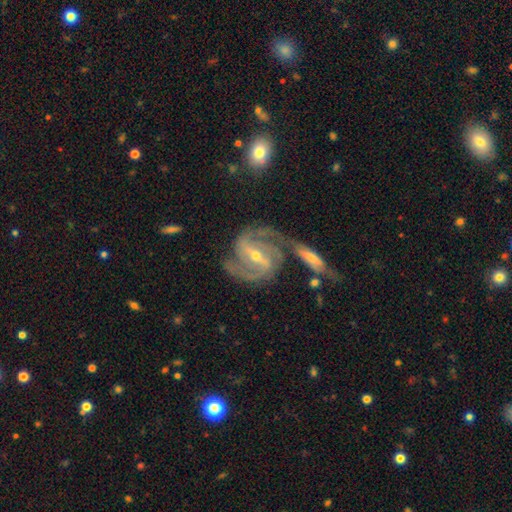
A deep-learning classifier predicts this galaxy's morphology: Smooth or featured?
  - featured or disk: 92% *
  - star or artifact: 5%
  - smooth: 3%
Edge-on disk?
  - no: 97% *
  - yes: 3%
Bar?
  - strong: 63% *
  - weak: 28%
  - no: 9%
Spiral arms?
  - yes: 98% *
  - no: 2%
Spiral winding?
  - medium: 54% *
  - tight: 36%
  - loose: 10%
Spiral arm count?
  - 2: 75% *
  - 3: 13%
  - can't tell: 4%
  - 4: 3%
  - 1: 2%
  - more than 4: 2%
Bulge size?
  - small: 59% *
  - moderate: 38%
  - large: 1%
  - none: 1%
  - dominant: 1%
Merging?
  - none: 66% *
  - minor disturbance: 15%
  - merger: 12%
  - major disturbance: 7%